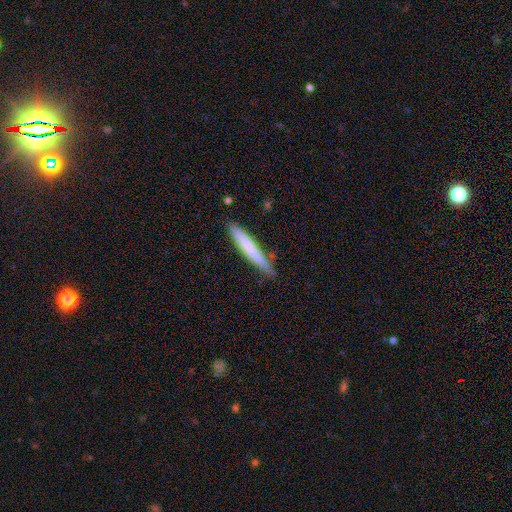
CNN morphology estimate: This is likely a smooth galaxy (68%). How rounded: clearly cigar-shaped (93%). Merging: clearly none (81%).